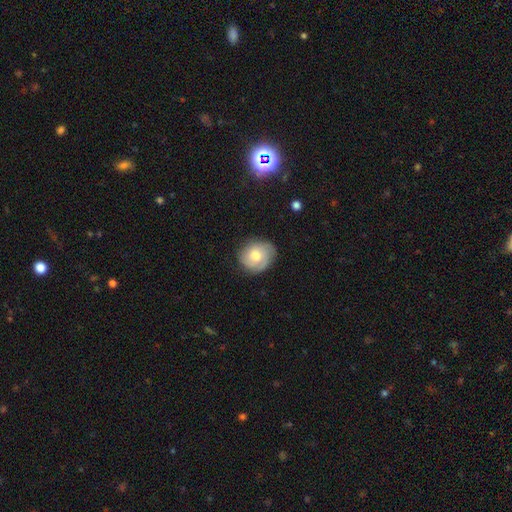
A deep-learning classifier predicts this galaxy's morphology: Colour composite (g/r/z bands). It shows a smooth galaxy with no disk features (56%) that is round (75%). Merging: none (73%).